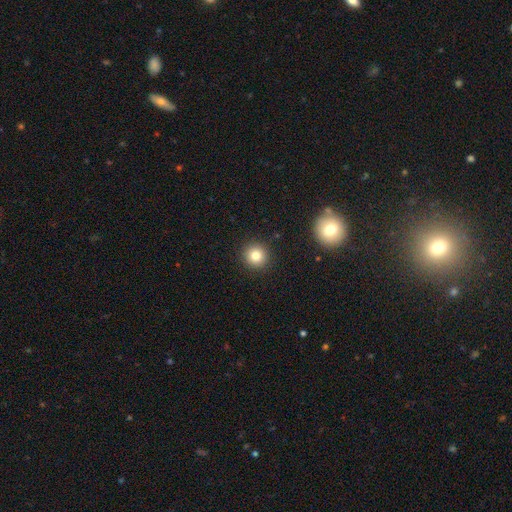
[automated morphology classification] A smooth galaxy with no disk features (80%) that is round (94%). Merging: none (91%).